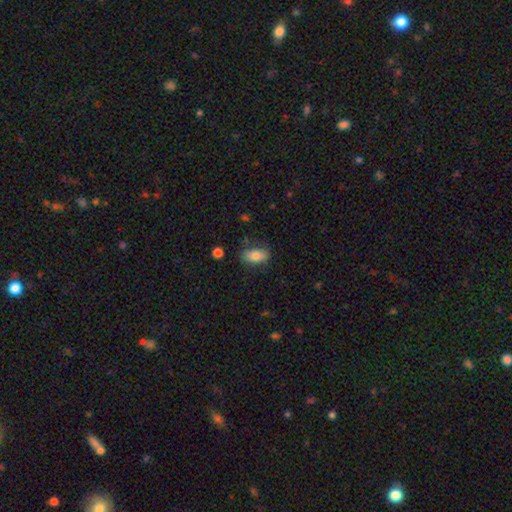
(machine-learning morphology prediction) A smooth galaxy with no disk features (78%) that is in between round and cigar-shaped (88%). Merging: none (77%).